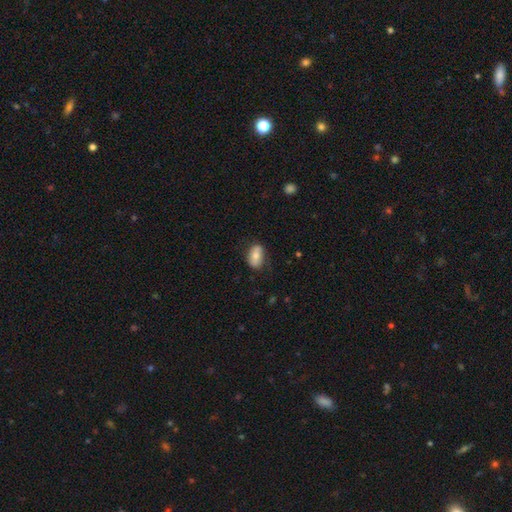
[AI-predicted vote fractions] Q: Smooth or featured?
A: smooth (69%); runner-up: featured or disk (24%)
Q: How rounded?
A: in between (88%); runner-up: round (10%)
Q: Merging?
A: none (72%); runner-up: minor disturbance (21%)